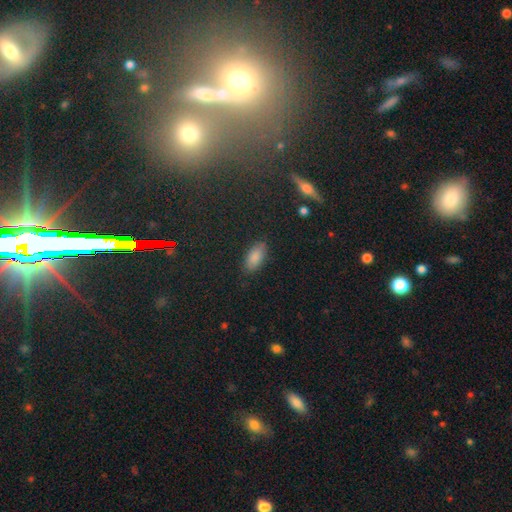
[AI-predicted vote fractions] This appears to be a smooth galaxy with no disk features (81%) that is in between round and cigar-shaped (89%). Merging: none (86%).